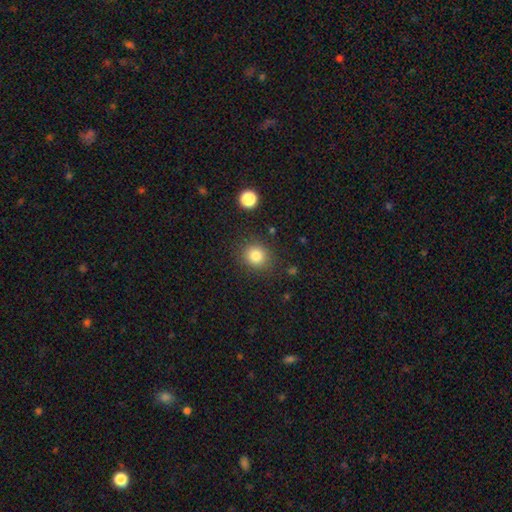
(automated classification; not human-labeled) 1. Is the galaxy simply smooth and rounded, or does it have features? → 82% smooth, 12% star or artifact, 6% featured or disk.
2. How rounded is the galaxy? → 82% round, 17% in between, 1% cigar-shaped.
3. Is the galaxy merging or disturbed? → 86% none, 9% minor disturbance, 3% major disturbance, 2% merger.